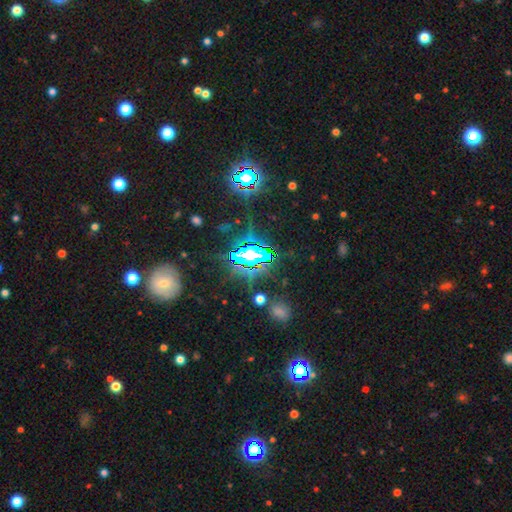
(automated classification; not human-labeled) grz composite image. It shows a star or artifact, not a galaxy (76%).